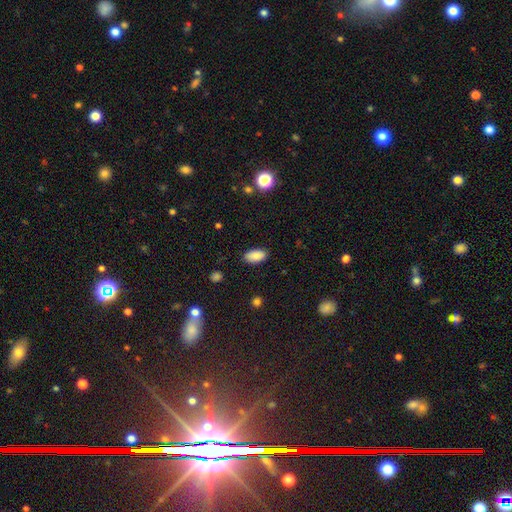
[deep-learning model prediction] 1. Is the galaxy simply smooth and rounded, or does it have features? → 87% smooth, 8% star or artifact, 5% featured or disk.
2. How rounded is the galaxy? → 93% in between, 4% cigar-shaped, 3% round.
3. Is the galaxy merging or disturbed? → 87% none, 10% minor disturbance, 2% major disturbance, 1% merger.